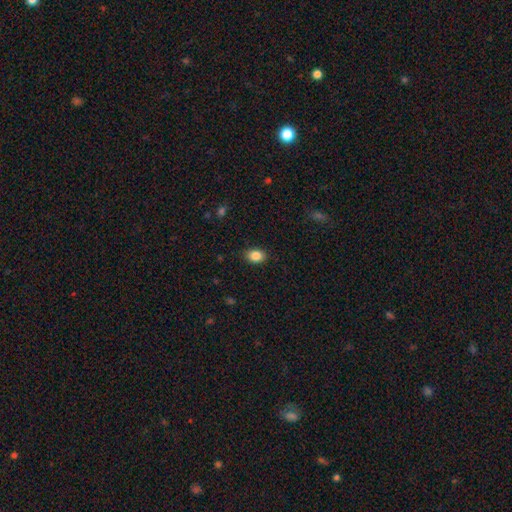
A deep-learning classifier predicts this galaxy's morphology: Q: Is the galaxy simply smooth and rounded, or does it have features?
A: smooth — 86%.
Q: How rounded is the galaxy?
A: in between — 71%.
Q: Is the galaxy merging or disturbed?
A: none — 87%.